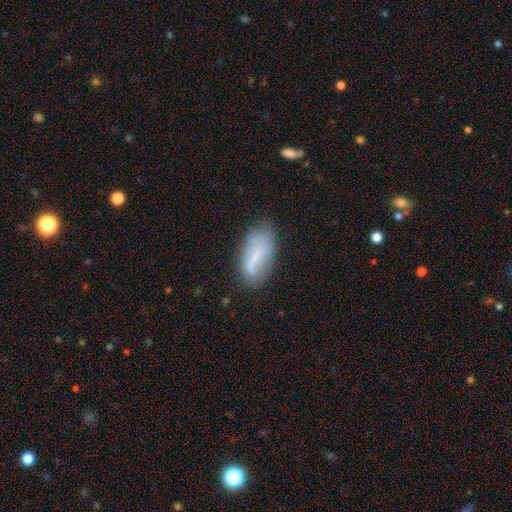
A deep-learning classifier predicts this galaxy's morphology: Smooth or featured? smooth (60%)
How rounded? in between (87%)
Merging? none (65%)